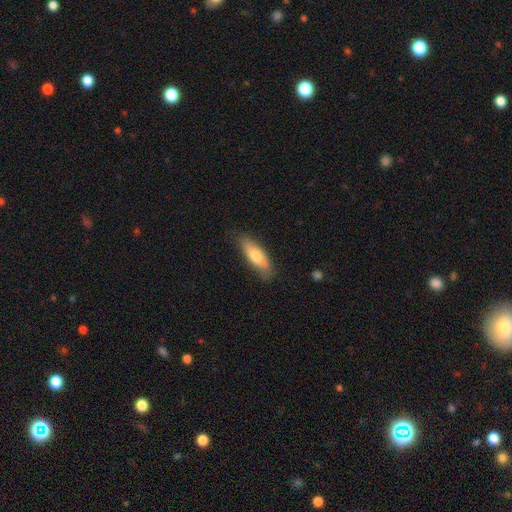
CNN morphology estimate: The model was most divided on "how rounded": in between: 50%, cigar-shaped: 48%, round: 2%. More confident: merging — none (80%); smooth or featured — smooth (69%).